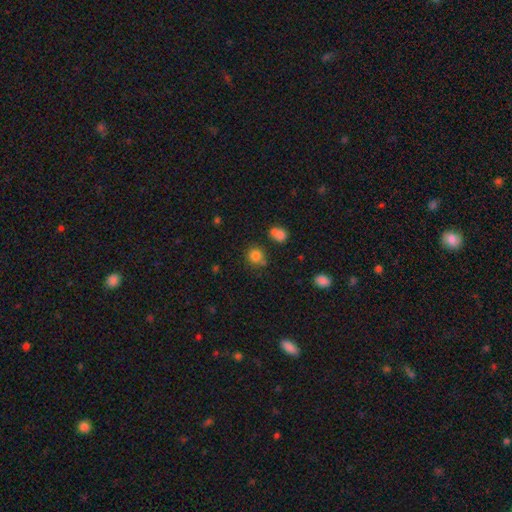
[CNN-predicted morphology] Smooth or featured?
  - smooth: 82% *
  - star or artifact: 12%
  - featured or disk: 6%
How rounded?
  - round: 86% *
  - in between: 13%
  - cigar-shaped: 1%
Merging?
  - none: 70% *
  - minor disturbance: 14%
  - merger: 12%
  - major disturbance: 4%